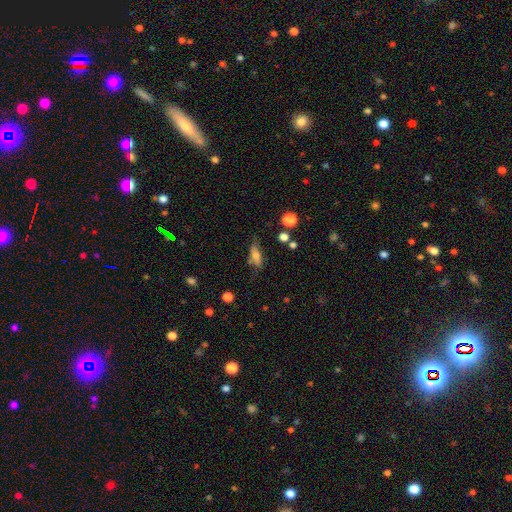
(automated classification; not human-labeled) Morphology: type=smooth (66%); roundness=in between (61%); merging=none (56%).